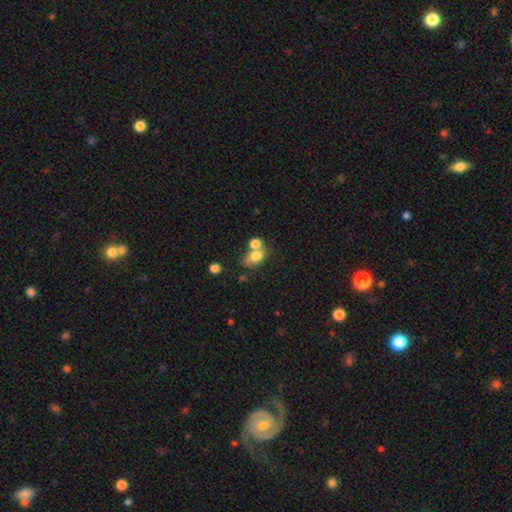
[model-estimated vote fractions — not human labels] Smooth or featured: smooth — 73% (featured or disk — 16%)
How rounded: in between — 67% (round — 31%)
Merging: merger — 45% (none — 34%)